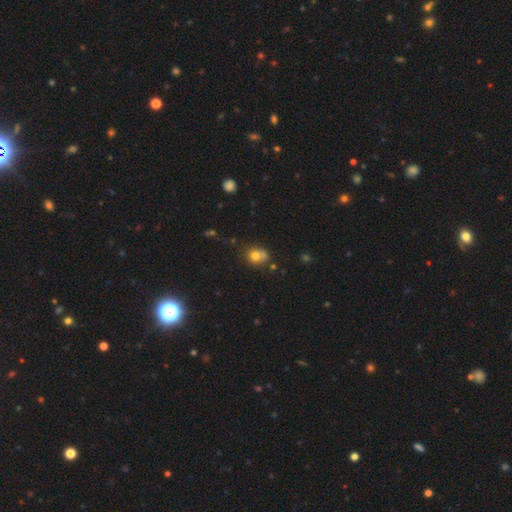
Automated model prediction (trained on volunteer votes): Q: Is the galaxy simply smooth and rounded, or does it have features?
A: smooth — 74%.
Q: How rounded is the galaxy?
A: round — 73%.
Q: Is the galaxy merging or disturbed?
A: none — 47%.